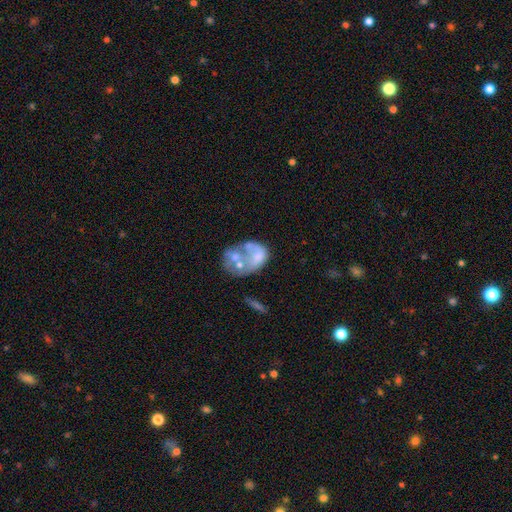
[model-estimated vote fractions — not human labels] featured or disk 52%, smooth 39%, star or artifact 9%. Down the decision tree: edge-on disk — no (98%); bar — no (92%); spiral arms — no (92%); bulge size — none (56%); merging — merger (41%).